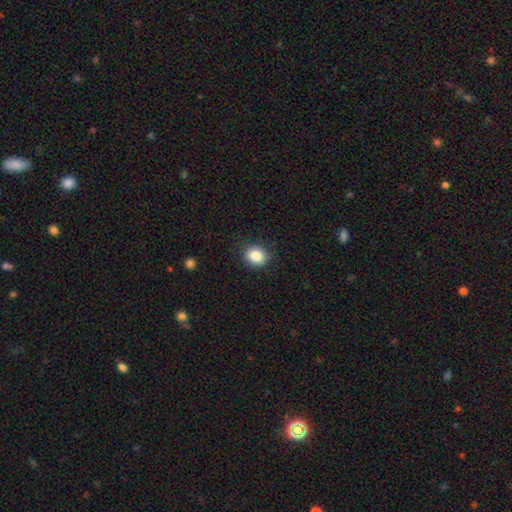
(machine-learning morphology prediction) Smooth or featured? Predicted: smooth (p=0.86). How rounded? Predicted: round (p=0.70). Merging? Predicted: none (p=0.87).